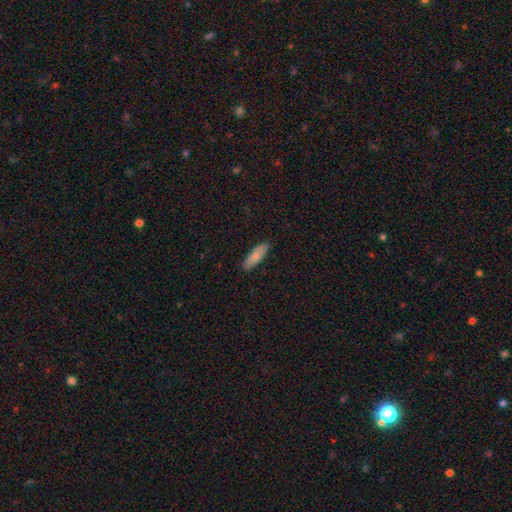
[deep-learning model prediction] This is clearly a smooth galaxy (80%). How rounded: possibly in between (53%). Merging: clearly none (87%).